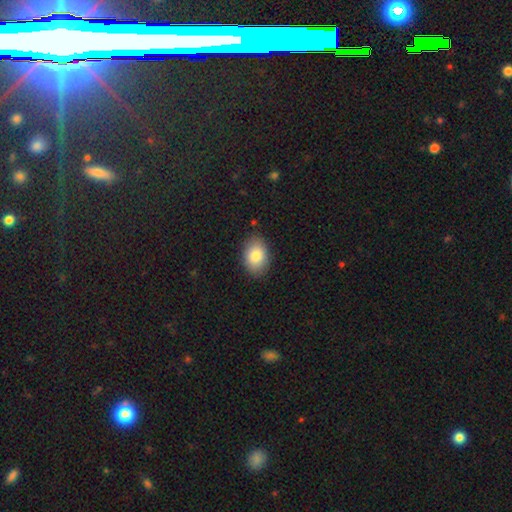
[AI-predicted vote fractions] Smooth or featured? smooth (84%)
How rounded? in between (86%)
Merging? none (86%)